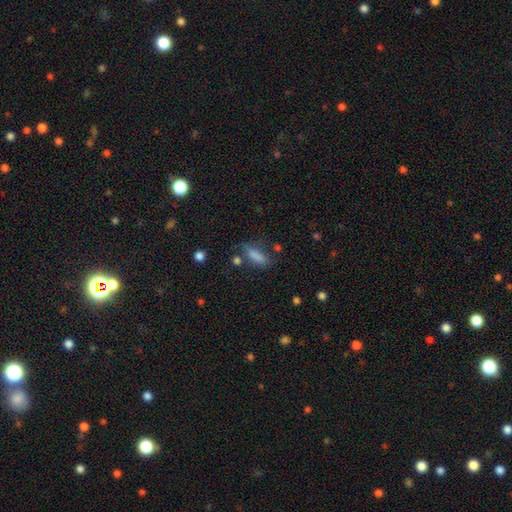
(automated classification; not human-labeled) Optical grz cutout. It shows a smooth galaxy with no disk features (78%) that is in between round and cigar-shaped (61%). Merging: none (54%).